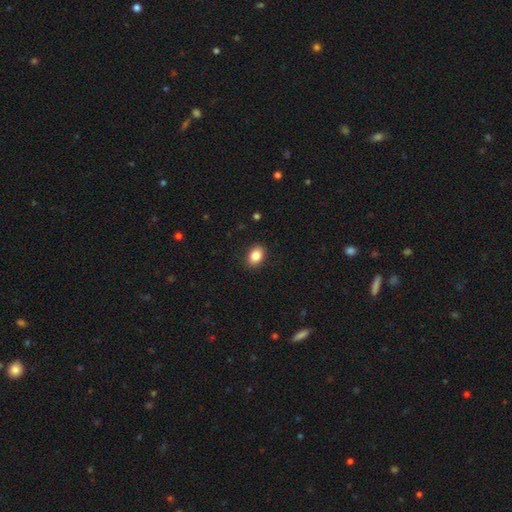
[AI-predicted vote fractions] smooth-or-featured: smooth: 86% | star or artifact: 8% | featured or disk: 5%
  how-rounded: in between: 78% | round: 21% | cigar-shaped: 1%
  merging: none: 89% | minor disturbance: 8% | major disturbance: 2% | merger: 1%